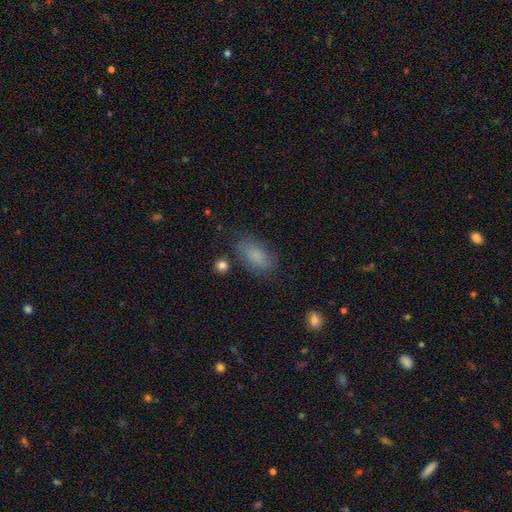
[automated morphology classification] The model was most divided on "merging": none: 73%, minor disturbance: 18%, major disturbance: 6%, merger: 3%. More confident: how rounded — in between (91%); smooth or featured — smooth (81%).